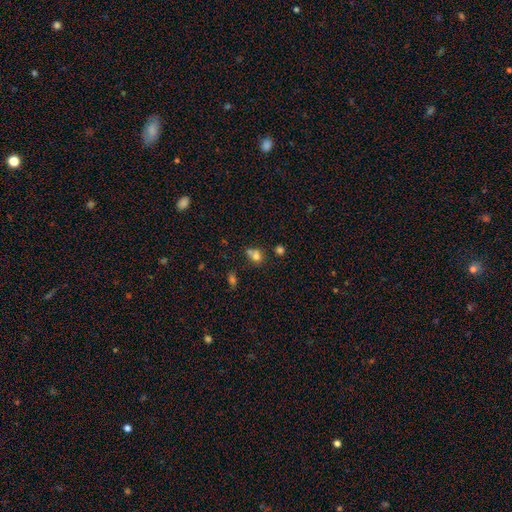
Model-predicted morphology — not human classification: The model was most divided on "merging": merger: 42%, none: 39%, minor disturbance: 13%, major disturbance: 7%. More confident: smooth or featured — smooth (73%); how rounded — round (68%).